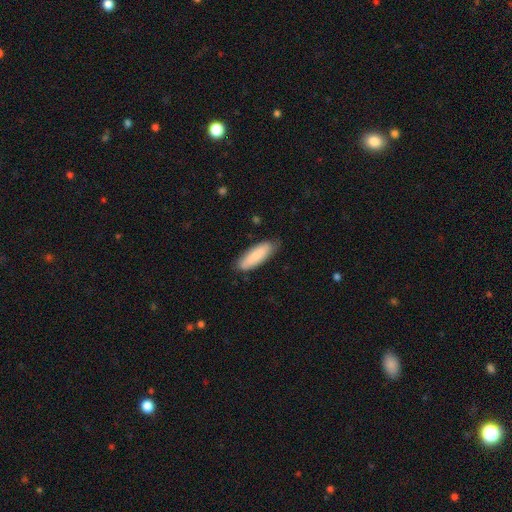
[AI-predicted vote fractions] Q: Smooth or featured?
A: smooth (85%); runner-up: featured or disk (9%)
Q: How rounded?
A: in between (52%); runner-up: cigar-shaped (46%)
Q: Merging?
A: none (81%); runner-up: minor disturbance (15%)